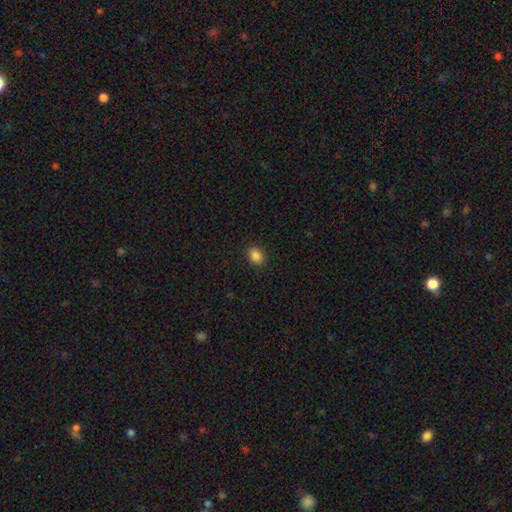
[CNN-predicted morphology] A smooth galaxy with no disk features (86%) that is in between round and cigar-shaped (55%). Merging: none (90%).